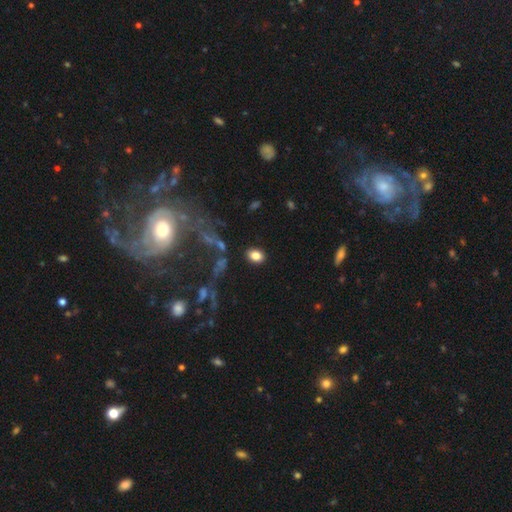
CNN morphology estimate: This appears to be a smooth galaxy with no disk features (82%) that is in between round and cigar-shaped (73%). Merging: none (85%).